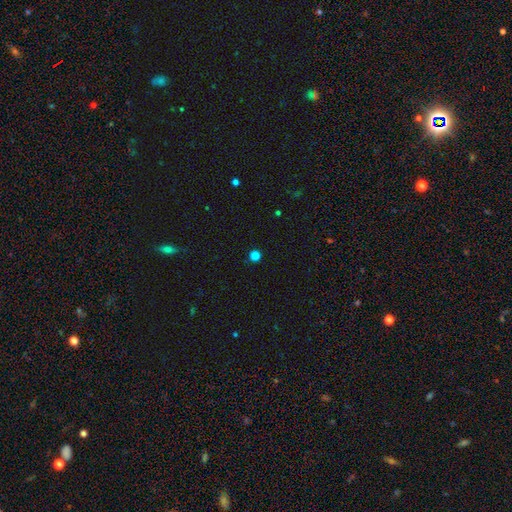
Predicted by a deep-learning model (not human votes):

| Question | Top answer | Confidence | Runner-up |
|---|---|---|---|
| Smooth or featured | smooth | 81% | star or artifact (16%) |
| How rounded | round | 94% | in between (5%) |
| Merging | none | 92% | minor disturbance (5%) |